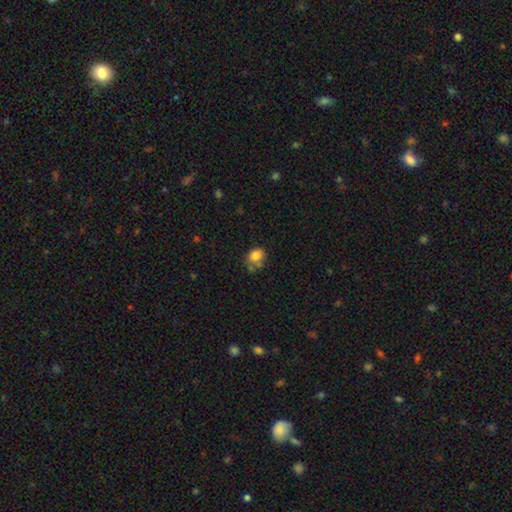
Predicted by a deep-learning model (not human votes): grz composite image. It shows a smooth galaxy with no disk features (79%) that is round (58%). Merging: none (47%).